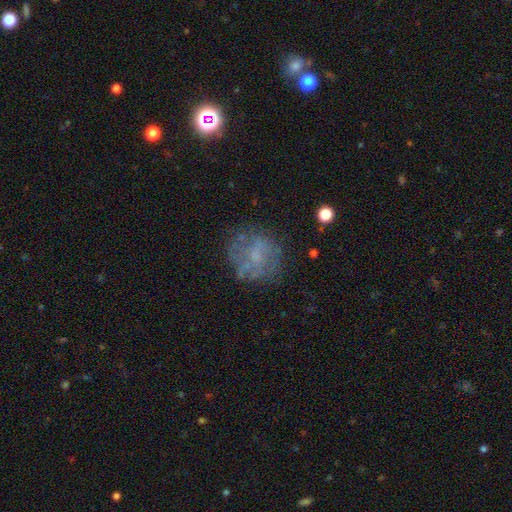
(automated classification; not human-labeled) This appears to be a featured or disk galaxy (49%). Merging: none (66%).